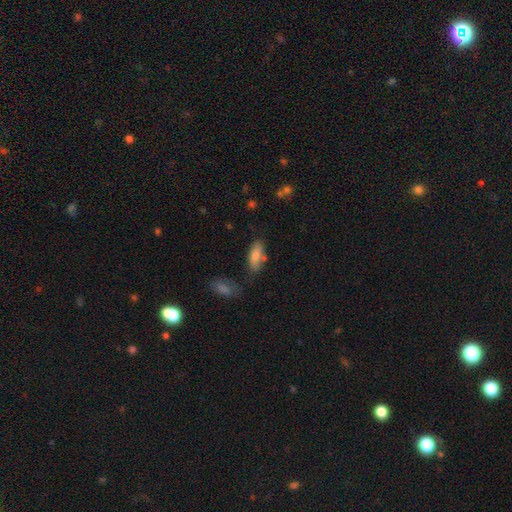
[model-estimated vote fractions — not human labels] The model was most divided on "merging": none: 62%, minor disturbance: 21%, merger: 11%, major disturbance: 6%. More confident: smooth or featured — smooth (81%); how rounded — in between (74%).